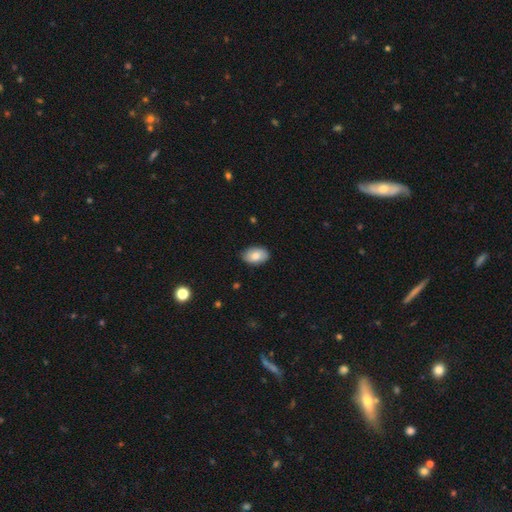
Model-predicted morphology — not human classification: Q: Smooth or featured?
A: smooth (80%); runner-up: featured or disk (14%)
Q: How rounded?
A: in between (89%); runner-up: round (10%)
Q: Merging?
A: none (85%); runner-up: minor disturbance (12%)